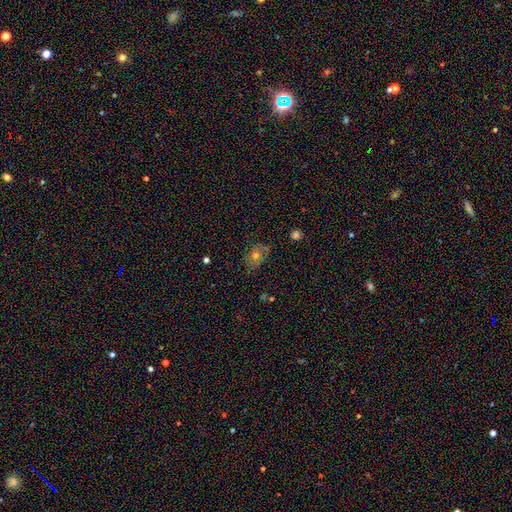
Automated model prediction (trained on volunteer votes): Smooth or featured? smooth (50%)
Merging? none (66%)